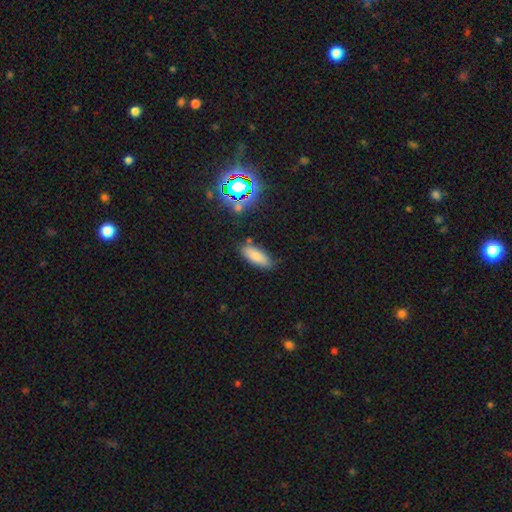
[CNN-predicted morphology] Smooth or featured: smooth — 79% (star or artifact — 10%)
How rounded: in between — 71% (cigar-shaped — 26%)
Merging: none — 79% (minor disturbance — 14%)